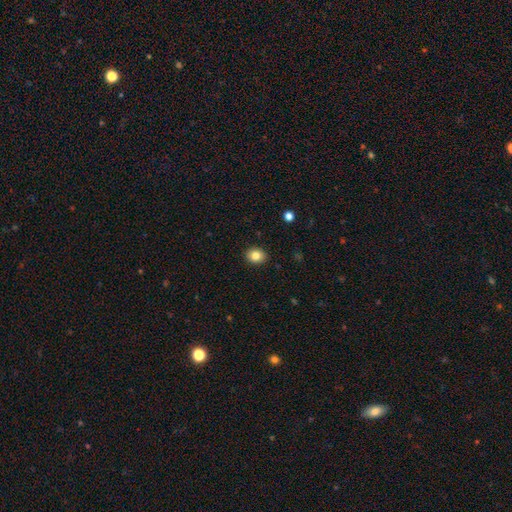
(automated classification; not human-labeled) smooth_or_featured: smooth (p=0.84) [alt: star or artifact p=0.10]
how_rounded: round (p=0.58) [alt: in between p=0.41]
merging: none (p=0.90) [alt: minor disturbance p=0.07]